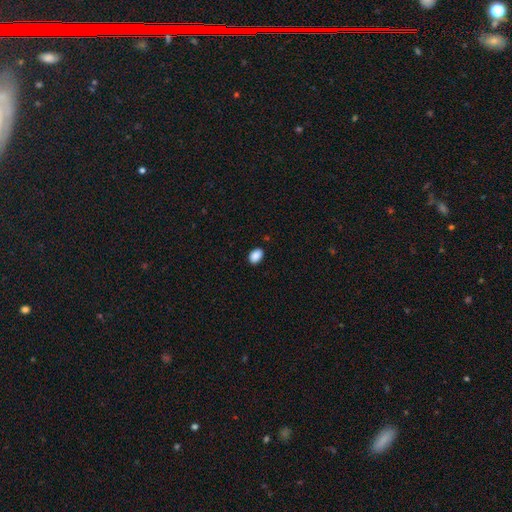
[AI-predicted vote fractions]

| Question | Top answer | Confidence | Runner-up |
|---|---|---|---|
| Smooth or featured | smooth | 90% | star or artifact (8%) |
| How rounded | in between | 85% | round (14%) |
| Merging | none | 87% | minor disturbance (10%) |